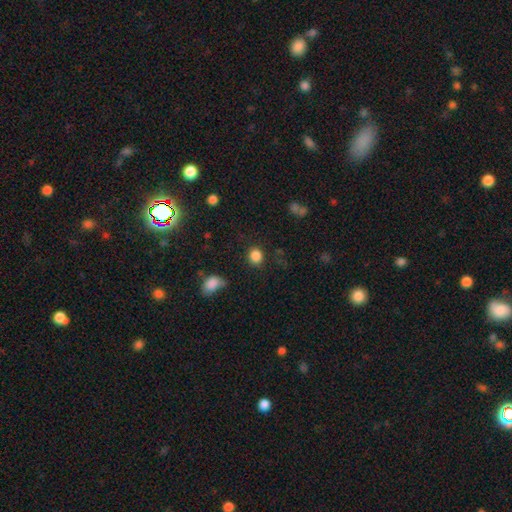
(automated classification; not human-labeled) smooth_or_featured: smooth (p=0.85) [alt: star or artifact p=0.11]
how_rounded: round (p=0.77) [alt: in between p=0.22]
merging: none (p=0.83) [alt: minor disturbance p=0.11]